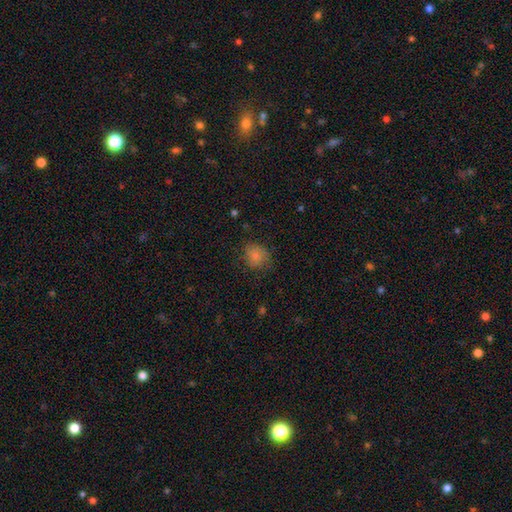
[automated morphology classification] smooth-or-featured: smooth: 80% | featured or disk: 10% | star or artifact: 10%
  how-rounded: round: 69% | in between: 30% | cigar-shaped: 1%
  merging: none: 68% | minor disturbance: 23% | major disturbance: 7% | merger: 1%